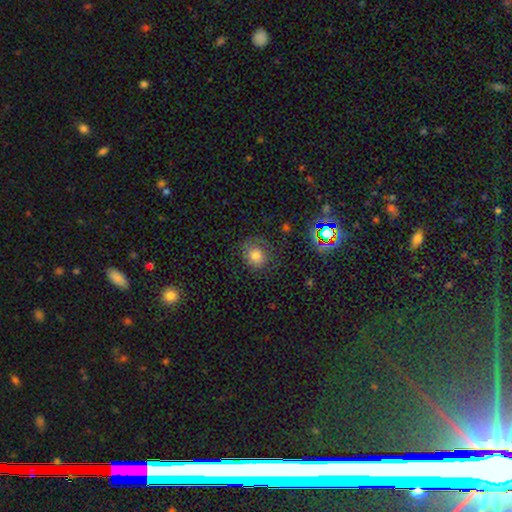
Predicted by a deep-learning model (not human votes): A smooth galaxy with no disk features (70%) that is round (77%). Merging: none (70%).